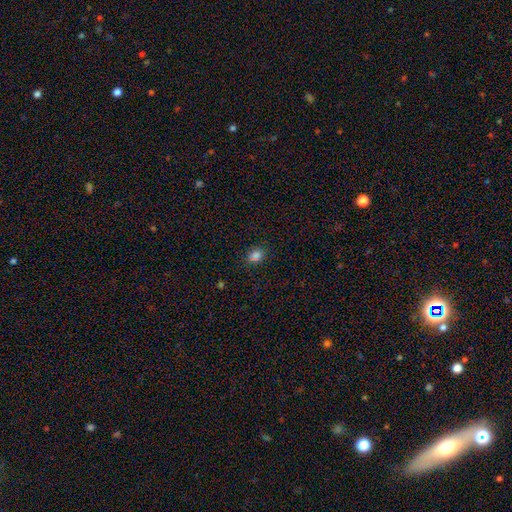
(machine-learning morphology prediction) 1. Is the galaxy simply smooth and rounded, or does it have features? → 79% smooth, 16% star or artifact, 5% featured or disk.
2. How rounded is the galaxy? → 52% round, 47% in between, 1% cigar-shaped.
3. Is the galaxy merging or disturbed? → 82% none, 12% minor disturbance, 3% merger, 3% major disturbance.